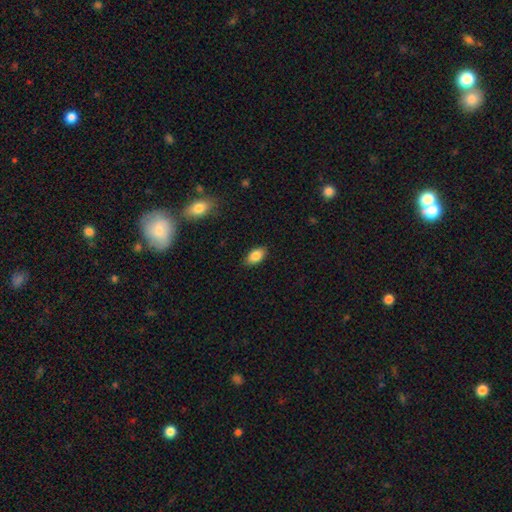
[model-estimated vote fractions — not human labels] Smooth or featured? Predicted: smooth (p=0.86). How rounded? Predicted: in between (p=0.92). Merging? Predicted: none (p=0.87).